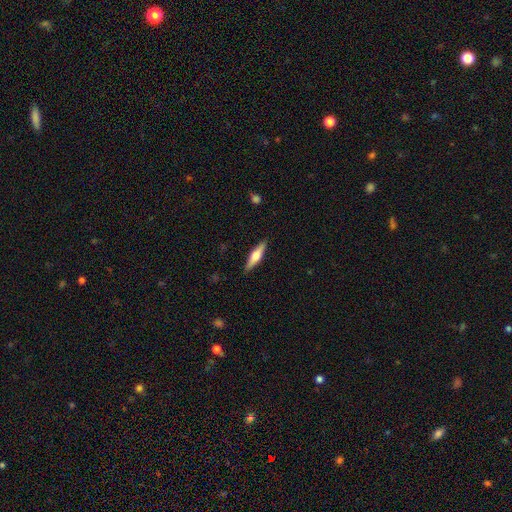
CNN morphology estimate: Smooth or featured?
  - featured or disk: 54% *
  - smooth: 41%
  - star or artifact: 6%
Edge-on disk?
  - yes: 96% *
  - no: 4%
Edge-on bulge?
  - rounded: 88% *
  - boxy: 9%
  - none: 3%
Merging?
  - none: 89% *
  - minor disturbance: 8%
  - major disturbance: 2%
  - merger: 1%